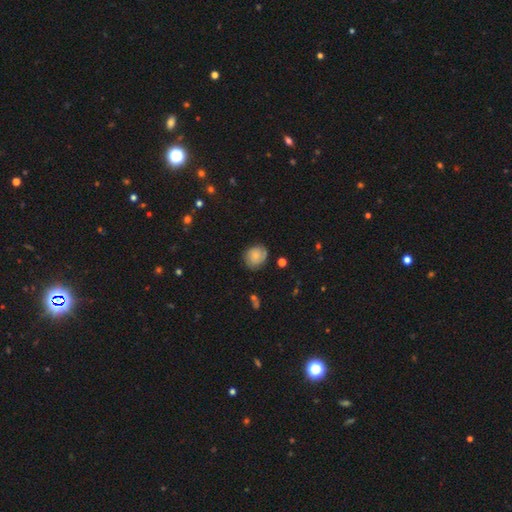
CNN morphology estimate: Overall: smooth (47%; featured or disk 44%). Merging: none (74%).